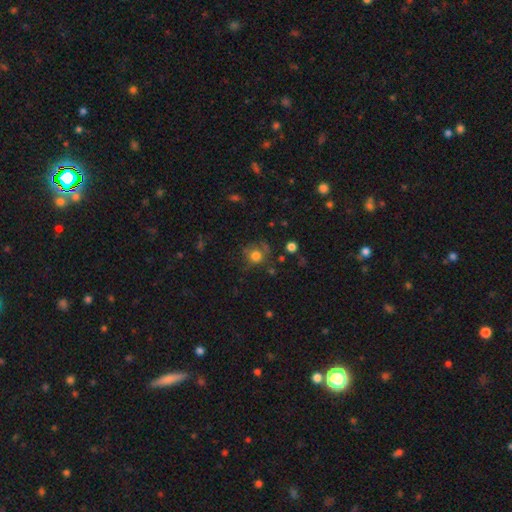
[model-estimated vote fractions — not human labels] smooth-or-featured: smooth: 75% | star or artifact: 14% | featured or disk: 11%
  how-rounded: round: 86% | in between: 13% | cigar-shaped: 1%
  merging: none: 64% | minor disturbance: 20% | major disturbance: 11% | merger: 5%